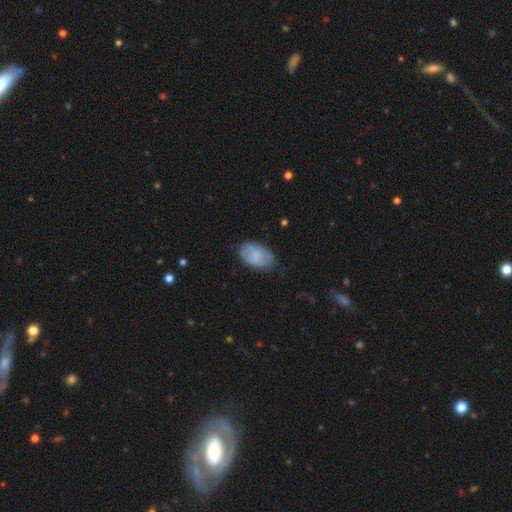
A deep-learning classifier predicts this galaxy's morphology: Smooth or featured: smooth — 73% (featured or disk — 20%)
How rounded: in between — 92% (round — 6%)
Merging: none — 70% (minor disturbance — 23%)